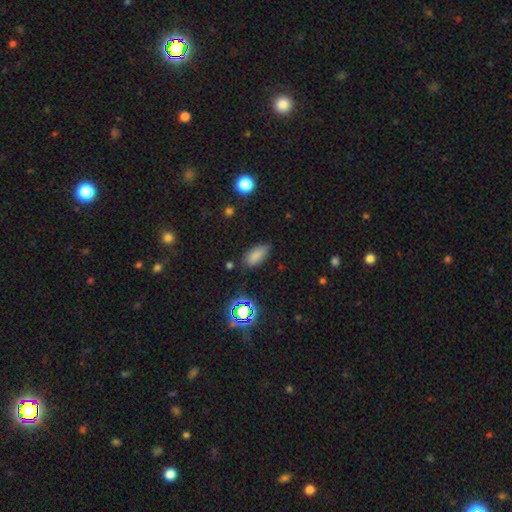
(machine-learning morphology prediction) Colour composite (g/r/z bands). It shows a smooth galaxy with no disk features (80%) that is in between round and cigar-shaped (87%). Merging: none (75%).